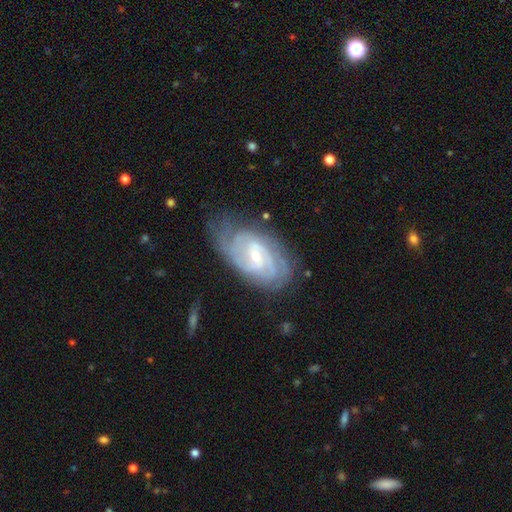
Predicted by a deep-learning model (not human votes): This is clearly a featured or disk galaxy (85%). It is clearly not viewed edge-on (96%). Bar: possibly weak (55%). Spiral arm pattern: clearly yes (96%). Spiral arm count: marginally 2 (34%). Spiral winding: likely tight (64%). Central bulge: likely small (61%). Merging: likely none (66%).